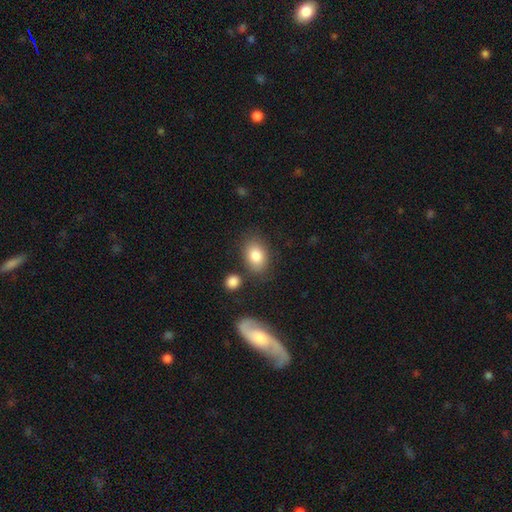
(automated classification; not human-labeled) Q: Smooth or featured?
A: smooth (83%); runner-up: featured or disk (9%)
Q: How rounded?
A: in between (79%); runner-up: round (20%)
Q: Merging?
A: none (75%); runner-up: minor disturbance (14%)